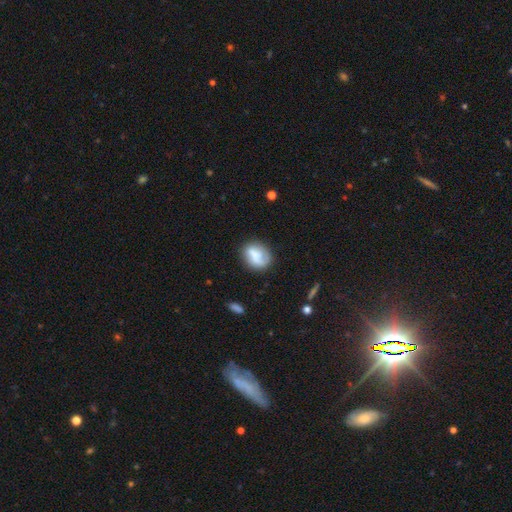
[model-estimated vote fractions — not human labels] smooth_or_featured: smooth (p=0.64) [alt: featured or disk p=0.27]
how_rounded: in between (p=0.53) [alt: round p=0.46]
merging: none (p=0.64) [alt: minor disturbance p=0.23]